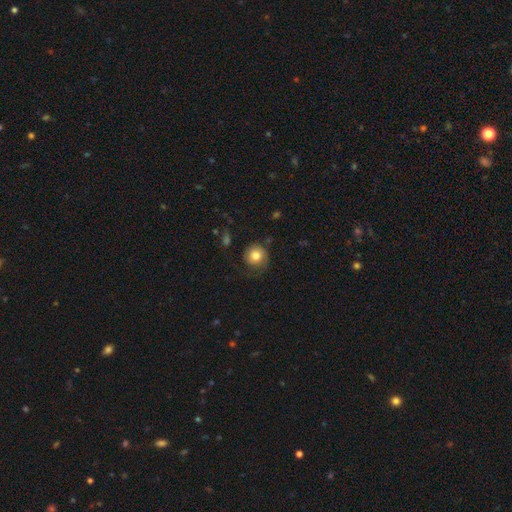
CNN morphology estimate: Smooth or featured? smooth (77%)
How rounded? round (91%)
Merging? none (65%)